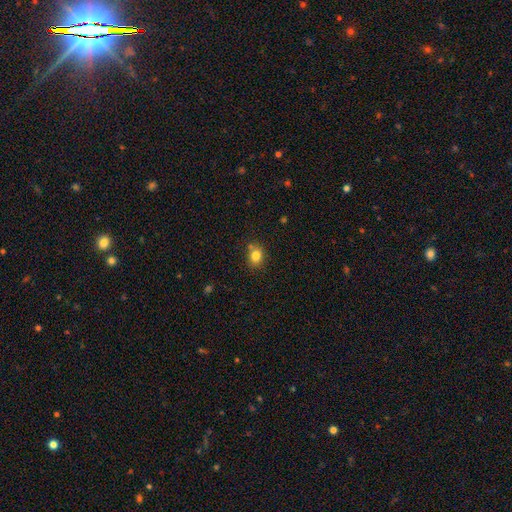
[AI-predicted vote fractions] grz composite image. It shows a smooth galaxy with no disk features (82%) that is round (60%). Merging: none (72%).